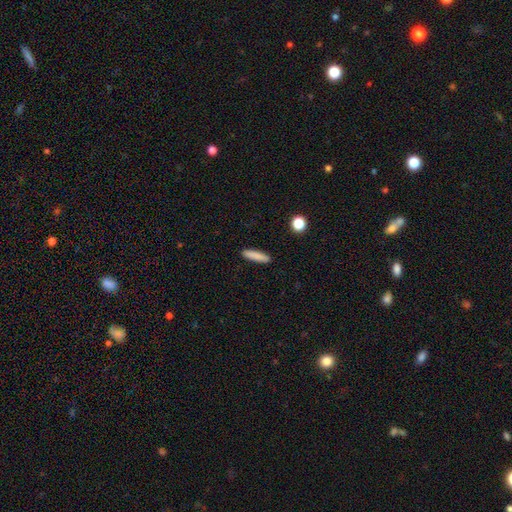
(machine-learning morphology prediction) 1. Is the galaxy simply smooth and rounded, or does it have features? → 85% smooth, 8% featured or disk, 7% star or artifact.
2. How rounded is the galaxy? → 81% cigar-shaped, 17% in between, 2% round.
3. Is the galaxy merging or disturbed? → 91% none, 6% minor disturbance, 2% major disturbance, 1% merger.